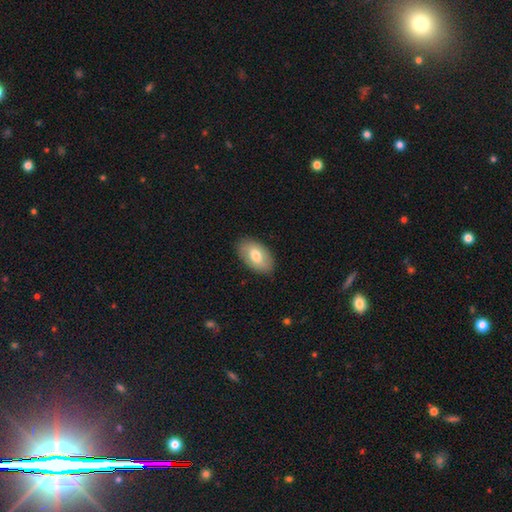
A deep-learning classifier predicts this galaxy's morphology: Smooth or featured: smooth — 71% (featured or disk — 24%)
How rounded: in between — 94% (round — 5%)
Merging: none — 85% (minor disturbance — 11%)